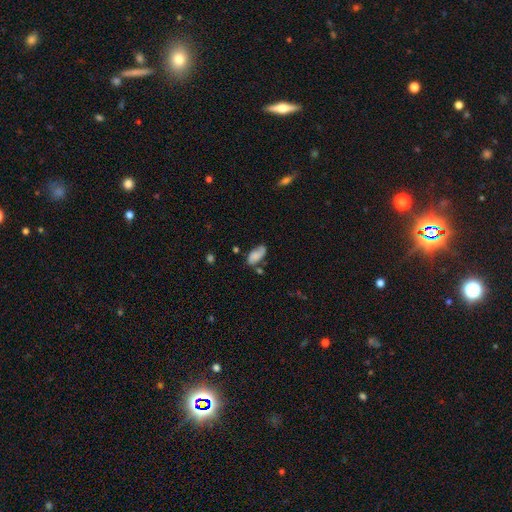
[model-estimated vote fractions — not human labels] Smooth or featured? smooth (60%)
How rounded? in between (91%)
Merging? none (53%)